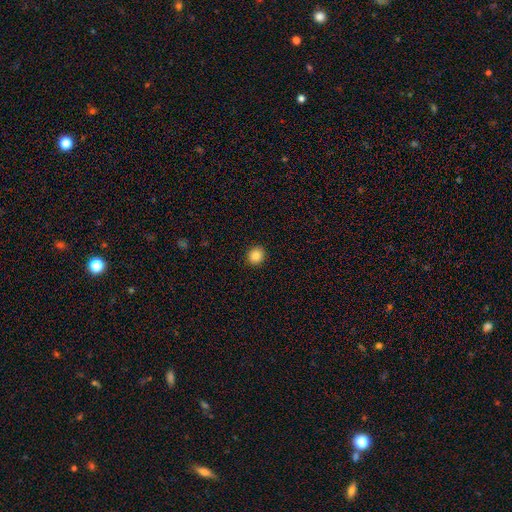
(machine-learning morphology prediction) smooth-or-featured: smooth: 85% | star or artifact: 10% | featured or disk: 5%
  how-rounded: round: 88% | in between: 11% | cigar-shaped: 1%
  merging: none: 93% | minor disturbance: 5% | major disturbance: 2% | merger: 1%